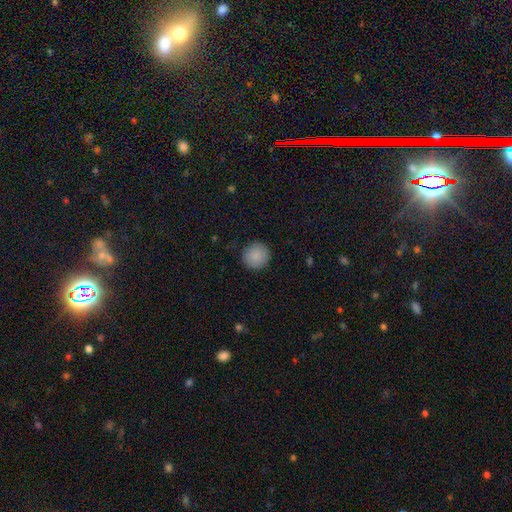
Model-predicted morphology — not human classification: This appears to be a smooth galaxy with no disk features (88%) that is round (93%). Merging: none (89%).